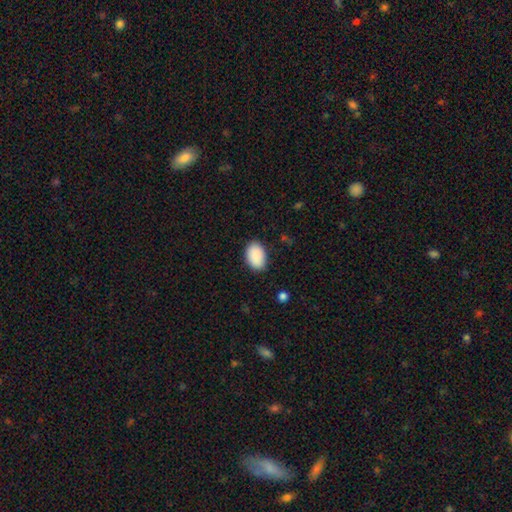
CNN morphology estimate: This appears to be a smooth galaxy with no disk features (90%) that is in between round and cigar-shaped (88%). Merging: none (85%).